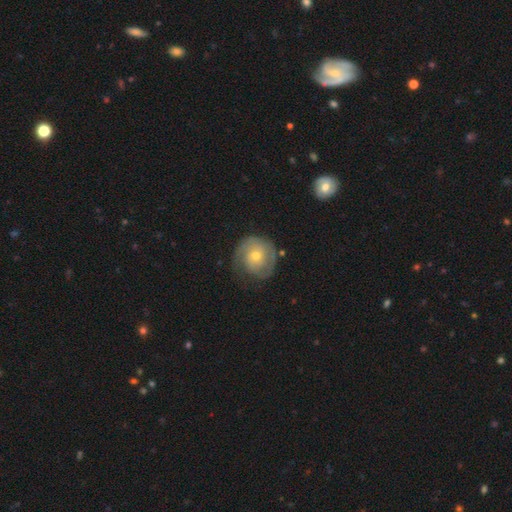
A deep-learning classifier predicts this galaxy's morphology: featured or disk 66%, smooth 28%, star or artifact 6%. Down the decision tree: edge-on disk — no (97%); bar — no (76%); spiral arms — yes (86%); spiral arm count — 2 (46%); spiral winding — tight (57%); bulge size — small (50%); merging — none (65%).